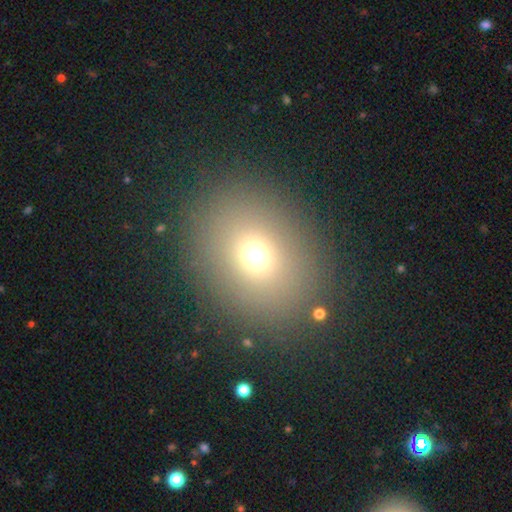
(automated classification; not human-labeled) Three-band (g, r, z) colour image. It shows a smooth galaxy with no disk features (69%) that is round (59%). Merging: none (86%).